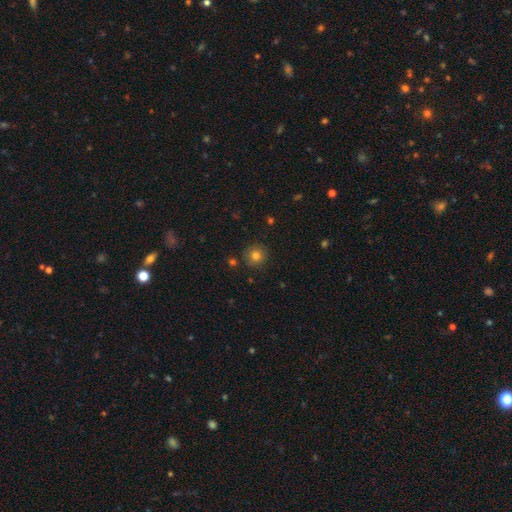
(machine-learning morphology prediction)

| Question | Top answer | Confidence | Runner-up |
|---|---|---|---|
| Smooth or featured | smooth | 80% | star or artifact (13%) |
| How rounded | round | 93% | in between (6%) |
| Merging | none | 87% | minor disturbance (8%) |